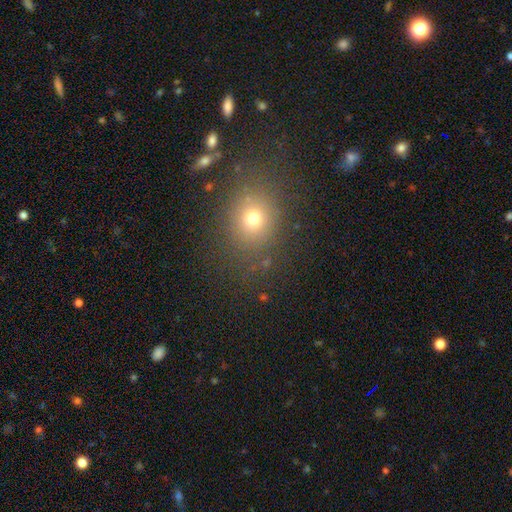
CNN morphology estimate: Q: Smooth or featured?
A: smooth (63%); runner-up: star or artifact (28%)
Q: How rounded?
A: round (58%); runner-up: in between (41%)
Q: Merging?
A: none (86%); runner-up: minor disturbance (8%)